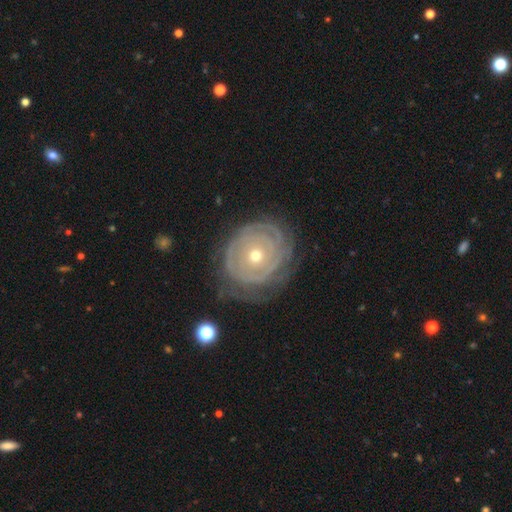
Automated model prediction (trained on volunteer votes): This is clearly a featured or disk galaxy (83%). It is clearly not viewed edge-on (96%). Bar: clearly no (84%). Spiral arm pattern: clearly yes (88%). Spiral arm count: marginally can't tell (45%). Spiral winding: clearly tight (87%). Central bulge: possibly small (54%). Merging: likely none (71%).